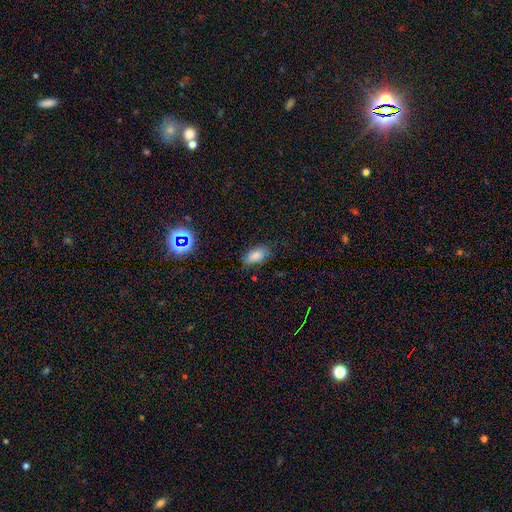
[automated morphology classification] smooth 79%, star or artifact 11%, featured or disk 10%. Down the decision tree: how rounded — in between (90%); merging — none (73%).